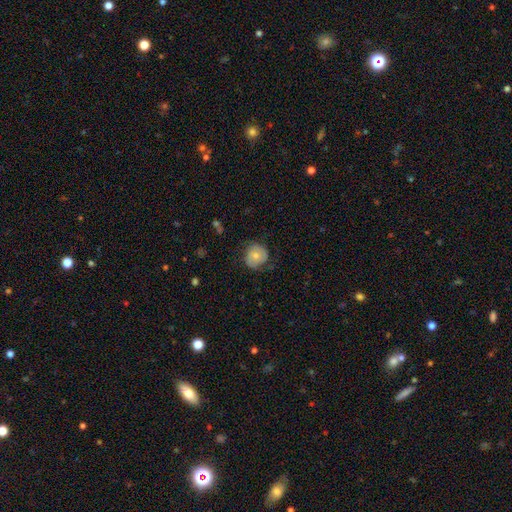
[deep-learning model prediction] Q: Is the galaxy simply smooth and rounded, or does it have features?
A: smooth — 65%.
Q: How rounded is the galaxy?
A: round — 81%.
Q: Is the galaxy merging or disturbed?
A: none — 67%.